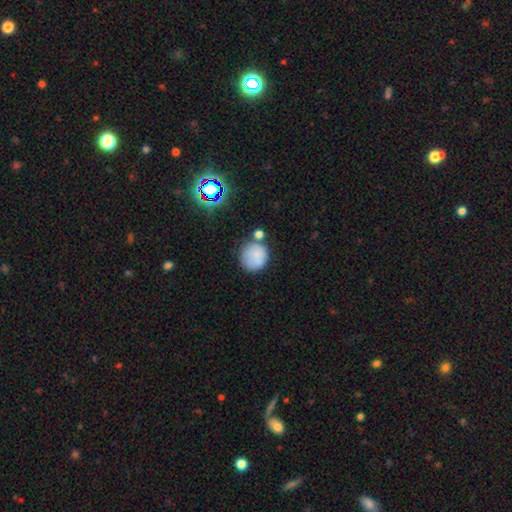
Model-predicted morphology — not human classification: A smooth galaxy with no disk features (80%) that is round (90%). Merging: none (63%).